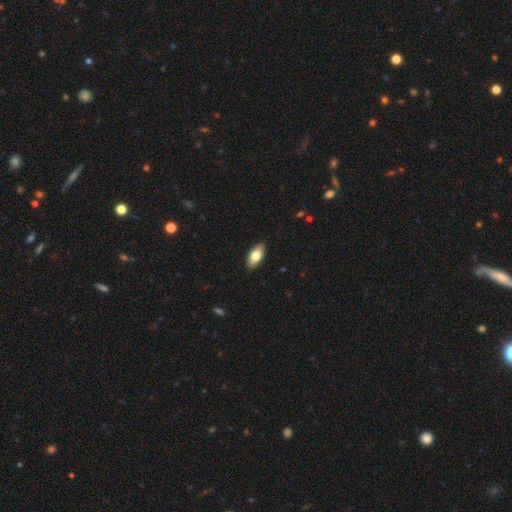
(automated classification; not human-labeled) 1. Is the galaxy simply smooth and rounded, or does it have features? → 75% smooth, 19% featured or disk, 6% star or artifact.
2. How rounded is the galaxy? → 89% in between, 9% cigar-shaped, 3% round.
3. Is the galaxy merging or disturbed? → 90% none, 7% minor disturbance, 2% major disturbance, 1% merger.